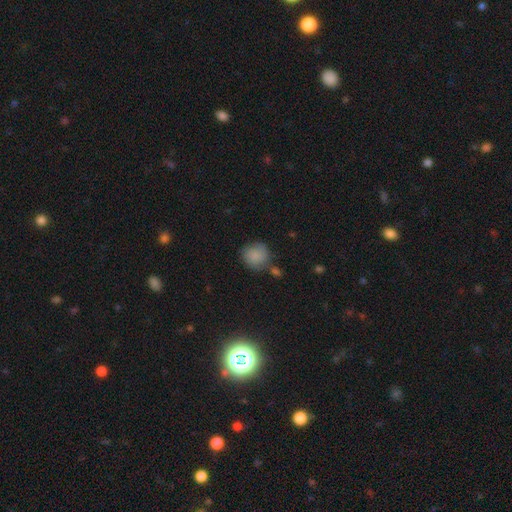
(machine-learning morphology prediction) smooth_or_featured: smooth (p=0.80) [alt: featured or disk p=0.12]
how_rounded: round (p=0.85) [alt: in between p=0.14]
merging: none (p=0.58) [alt: minor disturbance p=0.22]